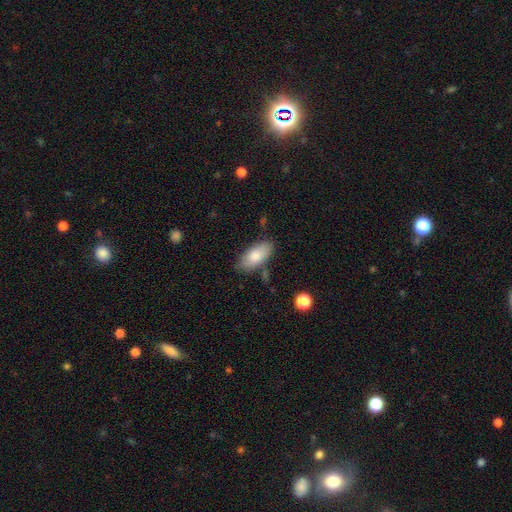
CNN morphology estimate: Smooth or featured?
  - smooth: 80% *
  - featured or disk: 14%
  - star or artifact: 6%
How rounded?
  - in between: 90% *
  - cigar-shaped: 7%
  - round: 2%
Merging?
  - none: 76% *
  - minor disturbance: 17%
  - merger: 4%
  - major disturbance: 4%